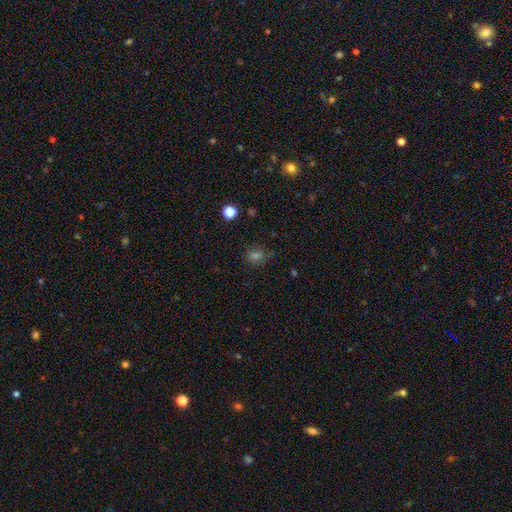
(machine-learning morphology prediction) Smooth or featured?
  - smooth: 65% *
  - star or artifact: 27%
  - featured or disk: 8%
How rounded?
  - round: 59% *
  - in between: 40%
  - cigar-shaped: 1%
Merging?
  - none: 73% *
  - minor disturbance: 18%
  - major disturbance: 7%
  - merger: 2%